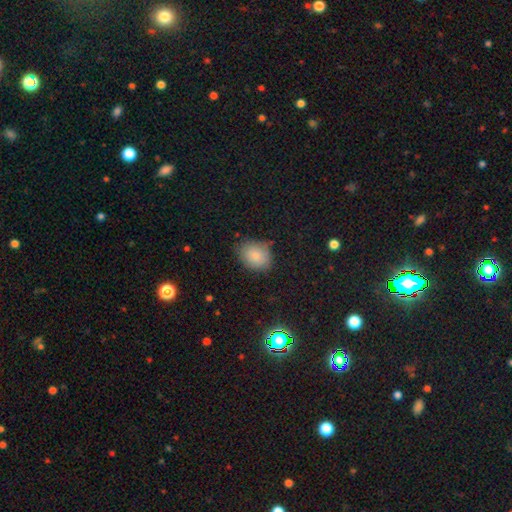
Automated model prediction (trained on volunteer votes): Smooth or featured? smooth (82%)
How rounded? in between (53%)
Merging? none (73%)